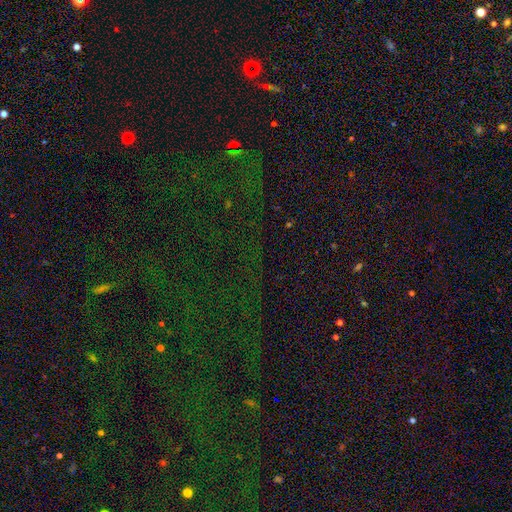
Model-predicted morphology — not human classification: A star or artifact, not a galaxy (81%).